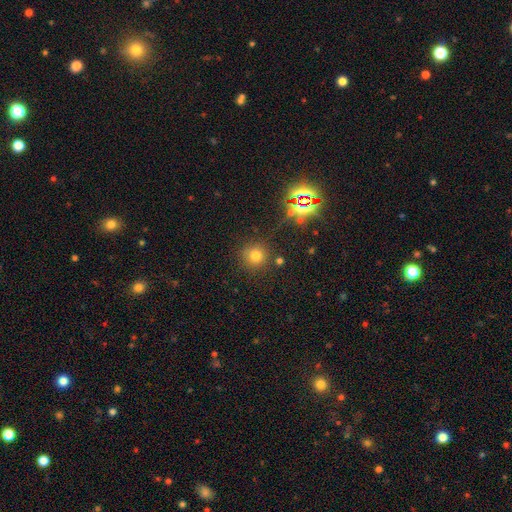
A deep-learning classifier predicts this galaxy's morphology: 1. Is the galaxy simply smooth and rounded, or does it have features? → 71% smooth, 22% star or artifact, 8% featured or disk.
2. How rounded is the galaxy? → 94% round, 5% in between, 1% cigar-shaped.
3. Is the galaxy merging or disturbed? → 83% none, 9% minor disturbance, 5% merger, 4% major disturbance.